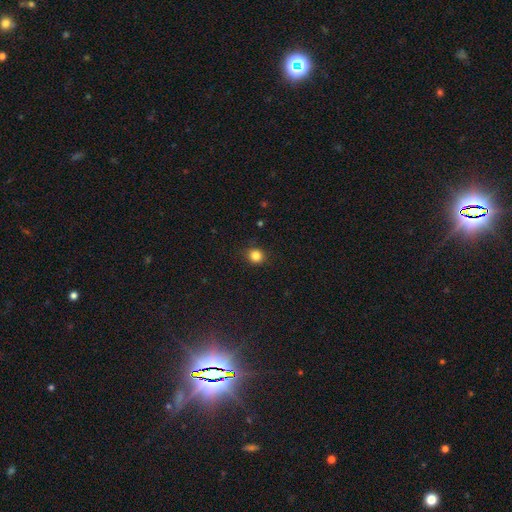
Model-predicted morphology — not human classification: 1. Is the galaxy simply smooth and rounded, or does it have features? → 84% smooth, 12% star or artifact, 4% featured or disk.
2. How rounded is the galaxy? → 86% round, 13% in between, 1% cigar-shaped.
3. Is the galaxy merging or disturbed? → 88% none, 9% minor disturbance, 2% major disturbance, 1% merger.